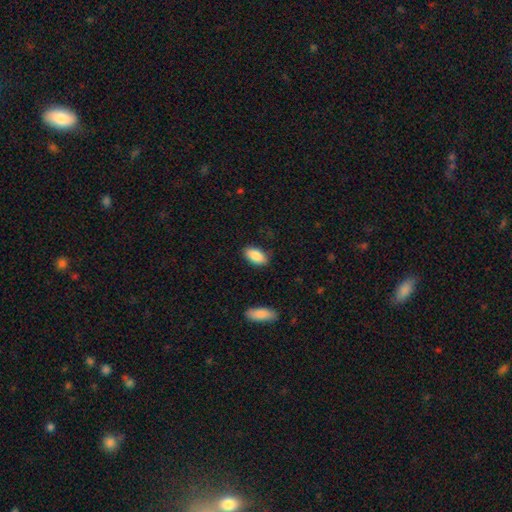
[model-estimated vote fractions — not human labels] This appears to be a smooth galaxy with no disk features (89%) that is in between round and cigar-shaped (93%). Merging: none (84%).